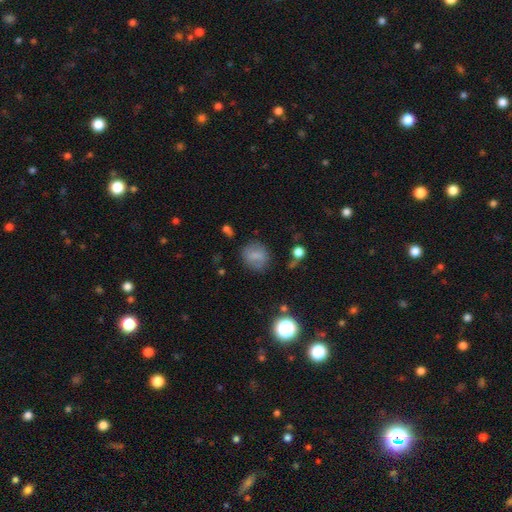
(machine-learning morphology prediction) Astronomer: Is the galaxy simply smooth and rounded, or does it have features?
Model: smooth — 69%.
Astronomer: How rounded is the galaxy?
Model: round — 68%.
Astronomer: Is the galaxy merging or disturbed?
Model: none — 69%.